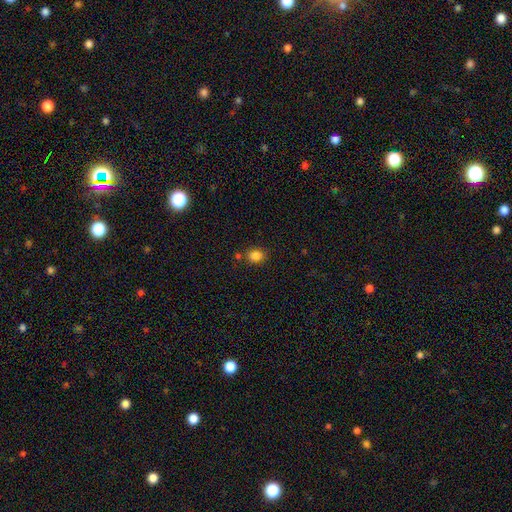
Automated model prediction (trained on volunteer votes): Smooth or featured?
  - smooth: 84% *
  - star or artifact: 12%
  - featured or disk: 5%
How rounded?
  - round: 60% *
  - in between: 39%
  - cigar-shaped: 1%
Merging?
  - none: 76% *
  - minor disturbance: 12%
  - merger: 8%
  - major disturbance: 3%